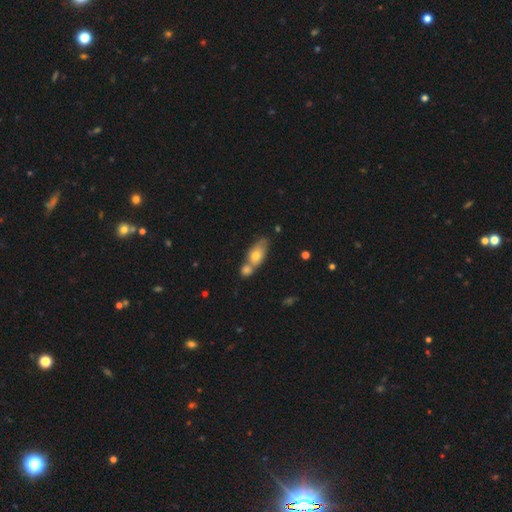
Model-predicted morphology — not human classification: A smooth galaxy with no disk features (67%) that is in between round and cigar-shaped (77%).

Vote fractions:
- Smooth or featured? smooth: 67% / featured or disk: 25% / star or artifact: 7%
- How rounded? in between: 77% / cigar-shaped: 12% / round: 11%
- Merging? merger: 56% / none: 29% / minor disturbance: 11% / major disturbance: 4%